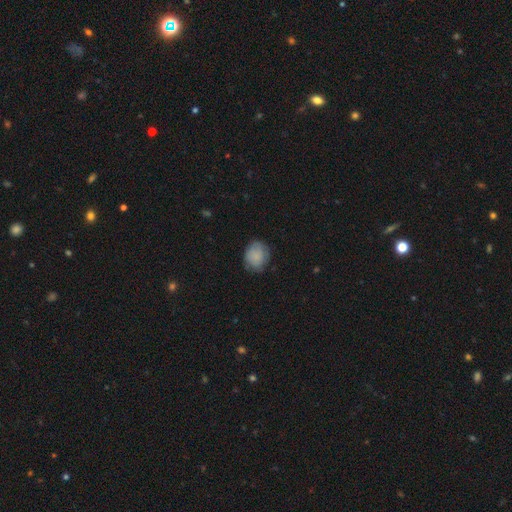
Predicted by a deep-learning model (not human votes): A smooth galaxy with no disk features (82%) that is round (66%). Merging: none (73%).